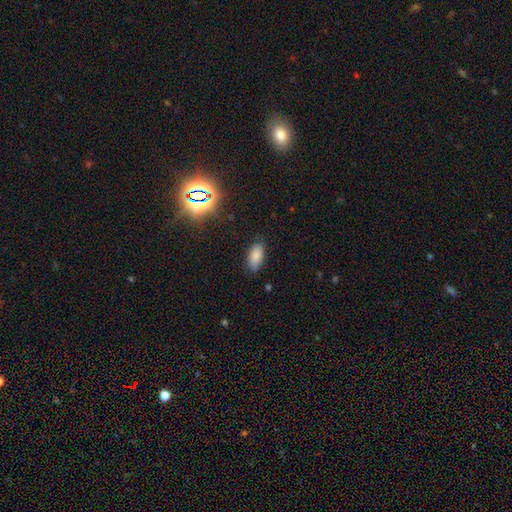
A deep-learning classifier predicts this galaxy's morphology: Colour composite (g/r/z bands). It shows a smooth galaxy with no disk features (82%) that is in between round and cigar-shaped (90%). Merging: none (82%).